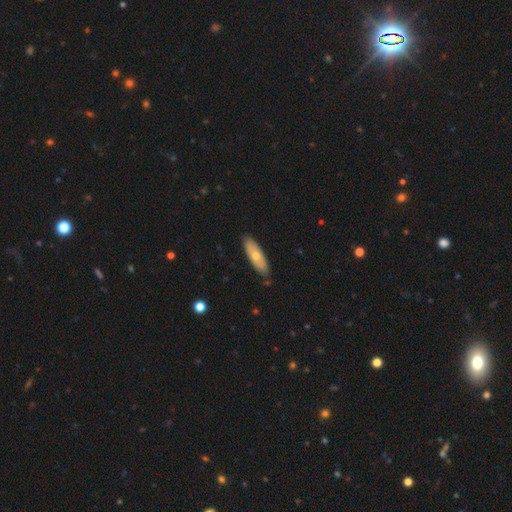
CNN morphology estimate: This appears to be a smooth galaxy with no disk features (63%) that is in between round and cigar-shaped (54%). Merging: none (83%).